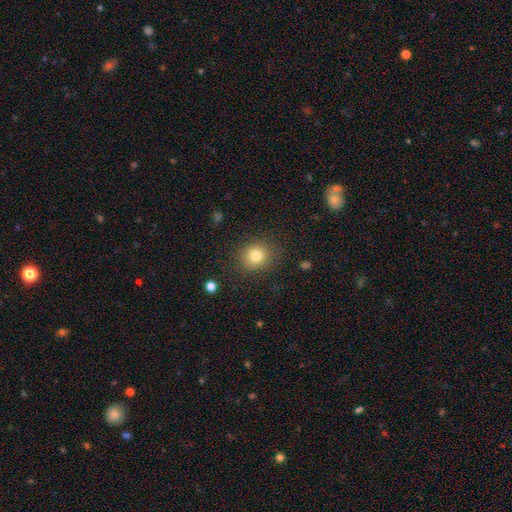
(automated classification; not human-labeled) This appears to be a smooth galaxy with no disk features (80%) that is round (82%). Merging: none (86%).